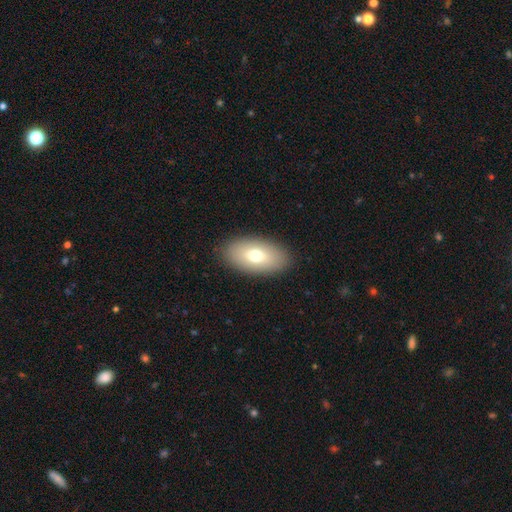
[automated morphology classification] A smooth galaxy with no disk features (71%) that is in between round and cigar-shaped (93%).

Vote fractions:
- Smooth or featured? smooth: 71% / featured or disk: 21% / star or artifact: 8%
- How rounded? in between: 93% / round: 4% / cigar-shaped: 3%
- Merging? none: 89% / minor disturbance: 8% / major disturbance: 2% / merger: 1%